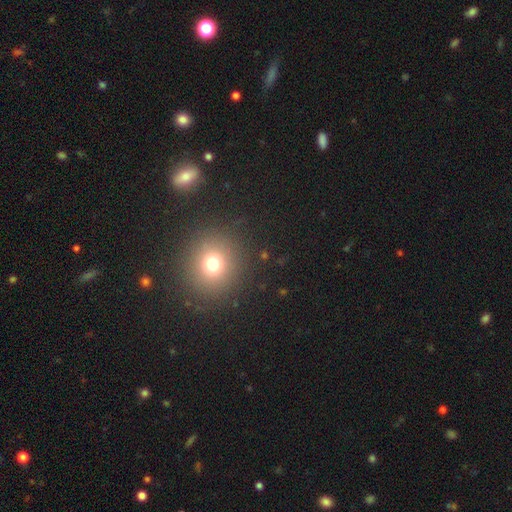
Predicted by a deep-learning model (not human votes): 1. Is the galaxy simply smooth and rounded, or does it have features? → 61% smooth, 31% star or artifact, 8% featured or disk.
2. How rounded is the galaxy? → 87% round, 12% in between, 1% cigar-shaped.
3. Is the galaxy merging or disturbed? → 90% none, 5% minor disturbance, 2% merger, 2% major disturbance.